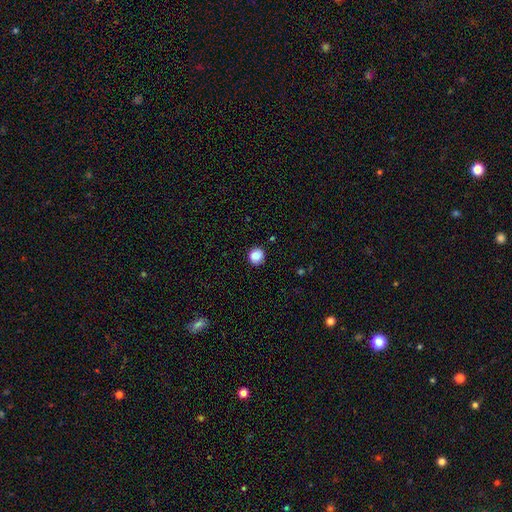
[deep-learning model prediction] Smooth or featured?
  - smooth: 86% *
  - star or artifact: 10%
  - featured or disk: 4%
How rounded?
  - round: 88% *
  - in between: 11%
  - cigar-shaped: 1%
Merging?
  - none: 88% *
  - minor disturbance: 9%
  - major disturbance: 2%
  - merger: 1%